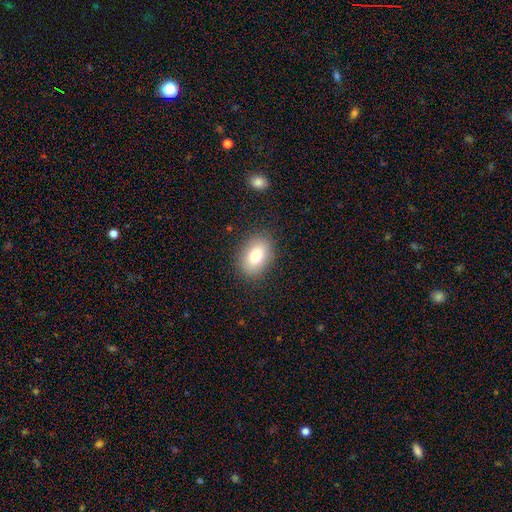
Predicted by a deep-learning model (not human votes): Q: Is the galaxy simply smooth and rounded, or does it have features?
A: smooth — 79%.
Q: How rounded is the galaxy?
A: in between — 79%.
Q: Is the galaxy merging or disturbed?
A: none — 86%.